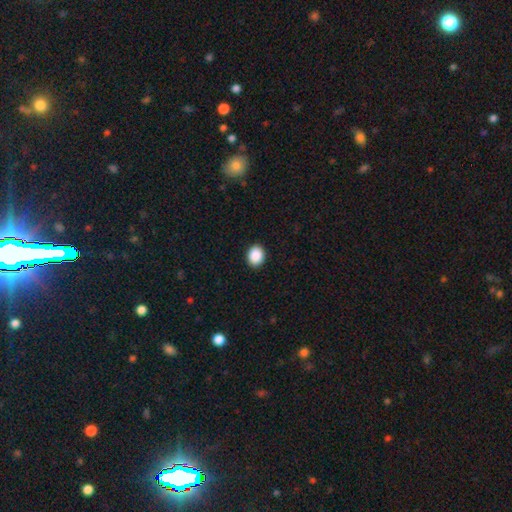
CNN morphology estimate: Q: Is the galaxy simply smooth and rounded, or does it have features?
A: smooth — 90%.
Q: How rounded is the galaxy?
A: round — 51%.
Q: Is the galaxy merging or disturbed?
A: none — 91%.